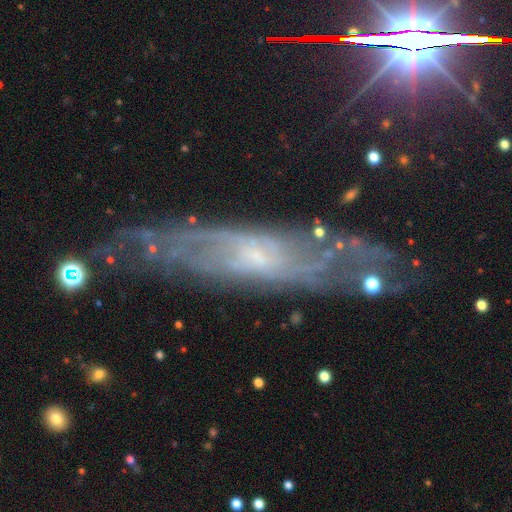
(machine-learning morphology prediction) type=featured or disk (76%); edge-on=no (65%); merging=none (73%).